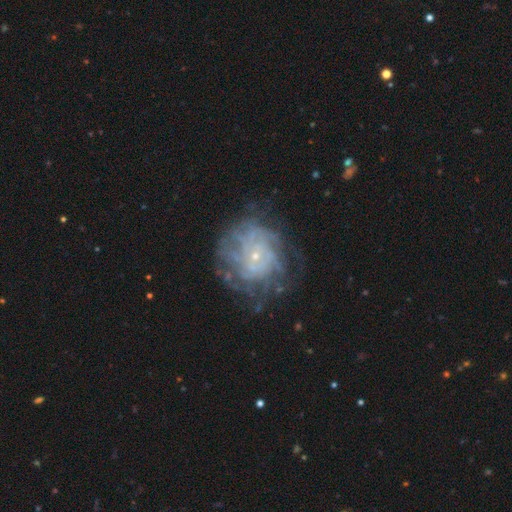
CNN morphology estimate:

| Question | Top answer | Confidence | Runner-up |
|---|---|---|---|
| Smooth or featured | featured or disk | 74% | smooth (16%) |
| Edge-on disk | no | 97% | yes (3%) |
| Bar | no | 80% | weak (16%) |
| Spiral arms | yes | 79% | no (21%) |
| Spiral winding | tight | 68% | medium (23%) |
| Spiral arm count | can't tell | 51% | more than 4 (17%) |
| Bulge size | small | 85% | moderate (10%) |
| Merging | none | 66% | minor disturbance (18%) |